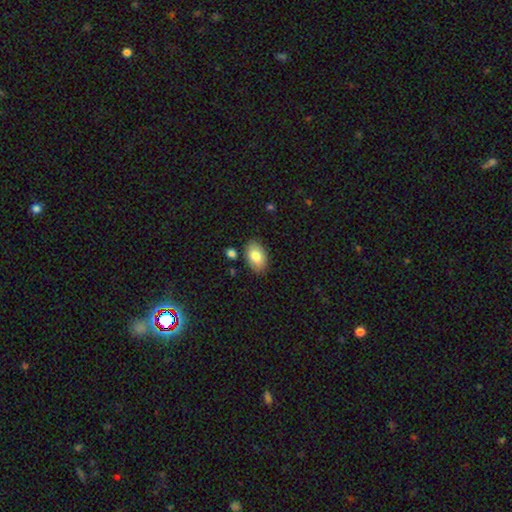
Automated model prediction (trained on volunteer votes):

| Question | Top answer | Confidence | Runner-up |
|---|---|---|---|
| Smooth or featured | smooth | 83% | featured or disk (10%) |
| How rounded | in between | 92% | round (7%) |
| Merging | none | 83% | minor disturbance (11%) |